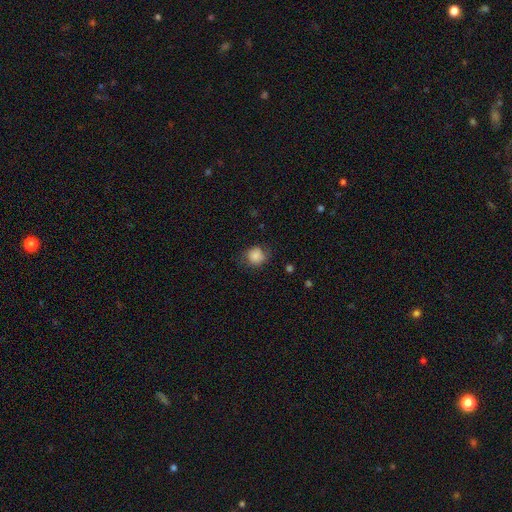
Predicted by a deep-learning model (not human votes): Overall: smooth (83%). How rounded: round (79%). Merging: none (70%).